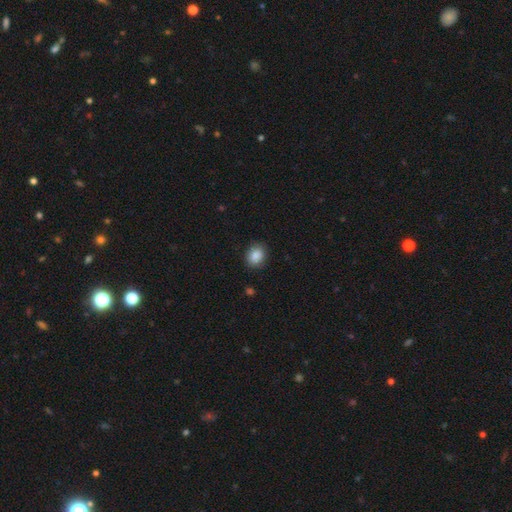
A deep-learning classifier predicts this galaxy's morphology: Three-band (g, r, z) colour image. It shows a smooth galaxy with no disk features (88%) that is round (53%). Merging: none (87%).